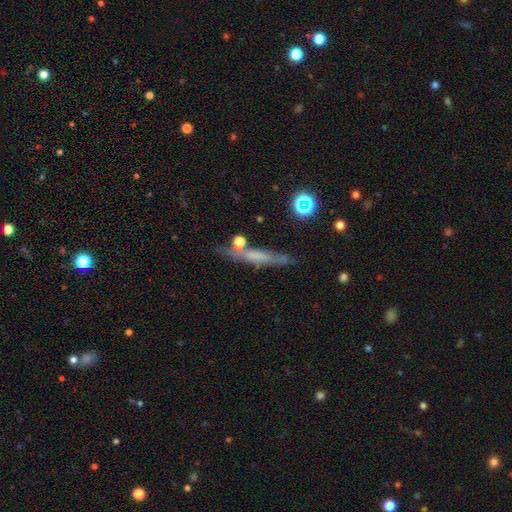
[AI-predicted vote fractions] This is possibly a smooth galaxy (47%). Merging: likely none (70%).